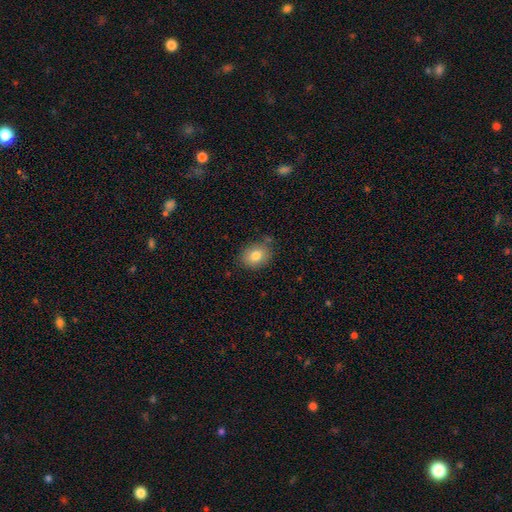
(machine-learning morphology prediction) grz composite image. It shows a smooth galaxy with no disk features (81%) that is in between round and cigar-shaped (57%). Merging: none (78%).